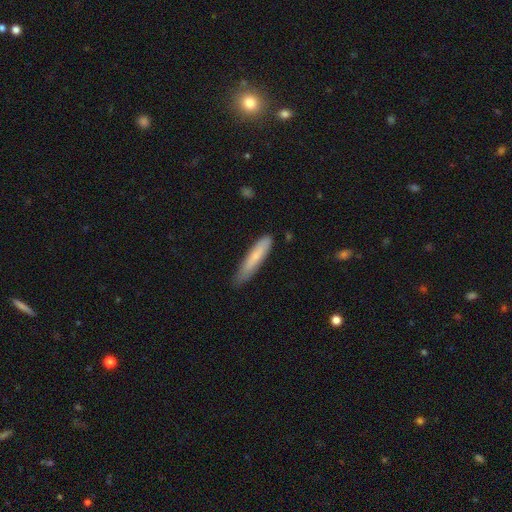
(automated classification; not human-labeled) Smooth or featured? Predicted: smooth (p=0.73). How rounded? Predicted: cigar-shaped (p=0.87). Merging? Predicted: none (p=0.74).